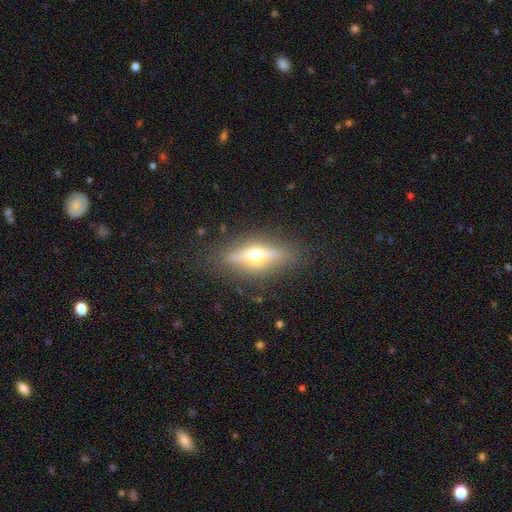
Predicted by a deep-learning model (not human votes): smooth-or-featured: featured or disk: 64% | smooth: 28% | star or artifact: 8%
  disk-edge-on: yes: 87% | no: 13%
    edge-on-bulge: rounded: 95% | boxy: 3% | none: 2%
  merging: none: 84% | minor disturbance: 11% | major disturbance: 4% | merger: 1%